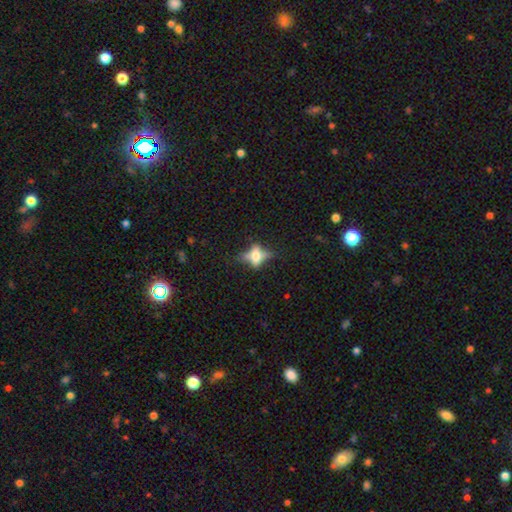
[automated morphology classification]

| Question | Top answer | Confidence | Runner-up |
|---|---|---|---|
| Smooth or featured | featured or disk | 50% | smooth (35%) |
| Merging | none | 55% | minor disturbance (20%) |